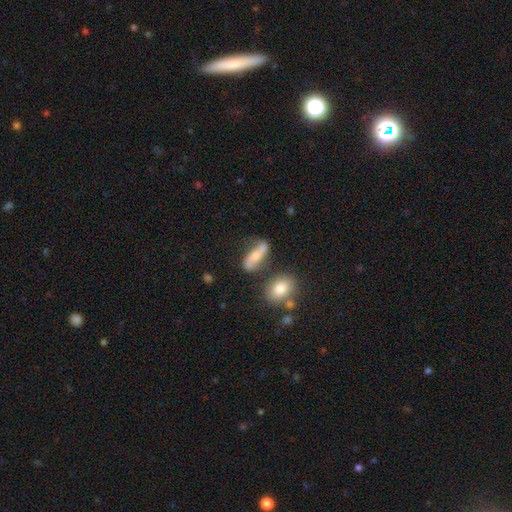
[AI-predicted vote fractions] Smooth or featured? featured or disk (59%)
Edge-on disk? no (84%)
Merging? none (59%)